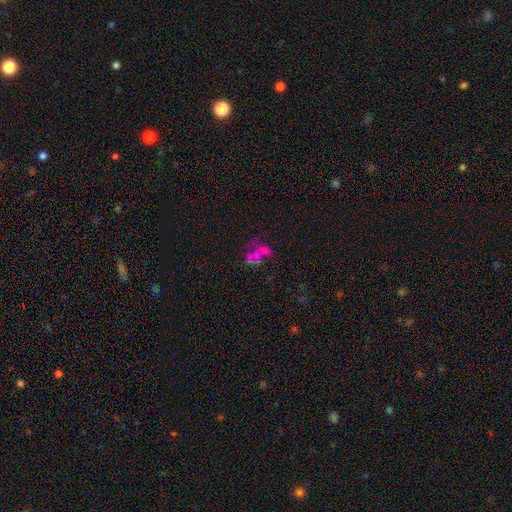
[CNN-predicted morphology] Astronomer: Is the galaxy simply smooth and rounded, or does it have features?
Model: featured or disk — 38% (runner-up: smooth, 36%).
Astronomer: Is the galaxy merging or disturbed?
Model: merger — 44% (runner-up: none, 27%).